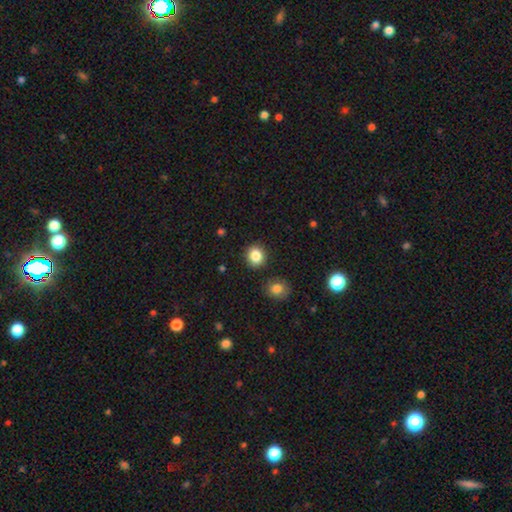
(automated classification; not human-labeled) Smooth or featured? Predicted: smooth (p=0.84). How rounded? Predicted: round (p=0.78). Merging? Predicted: none (p=0.88).